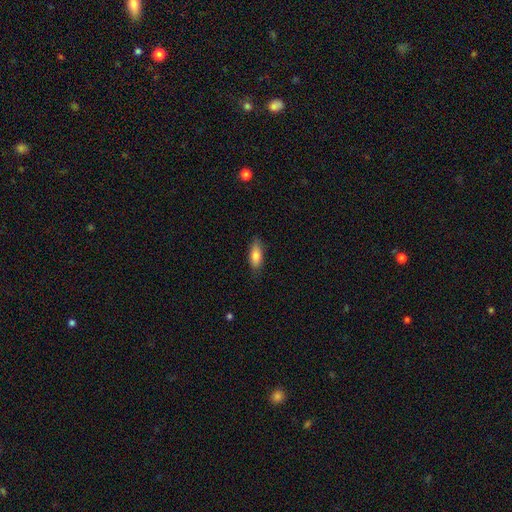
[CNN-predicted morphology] A smooth galaxy with no disk features (81%) that is in between round and cigar-shaped (73%).

Vote fractions:
- Smooth or featured? smooth: 81% / featured or disk: 12% / star or artifact: 6%
- How rounded? in between: 73% / cigar-shaped: 24% / round: 2%
- Merging? none: 79% / minor disturbance: 17% / major disturbance: 3% / merger: 1%